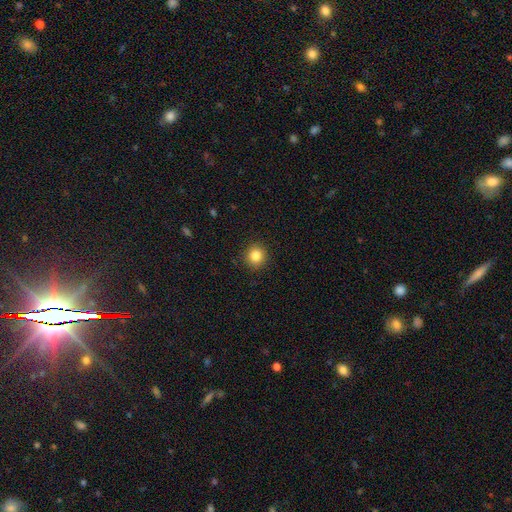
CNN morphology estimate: Smooth or featured?
  - smooth: 84% *
  - star or artifact: 11%
  - featured or disk: 5%
How rounded?
  - round: 90% *
  - in between: 9%
  - cigar-shaped: 1%
Merging?
  - none: 91% *
  - minor disturbance: 6%
  - major disturbance: 2%
  - merger: 1%